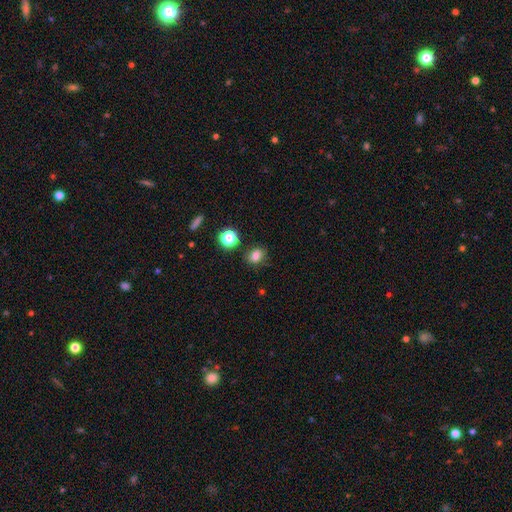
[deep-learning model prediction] smooth 79%, star or artifact 14%, featured or disk 7%. Down the decision tree: how rounded — in between (55%); merging — none (76%).